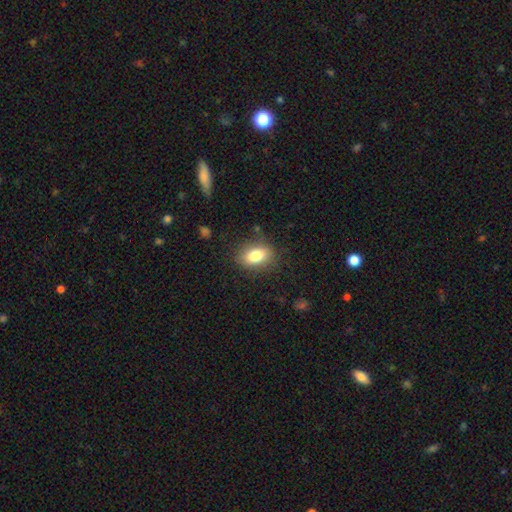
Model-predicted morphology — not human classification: Overall: smooth (81%). How rounded: in between (85%). Merging: none (83%).